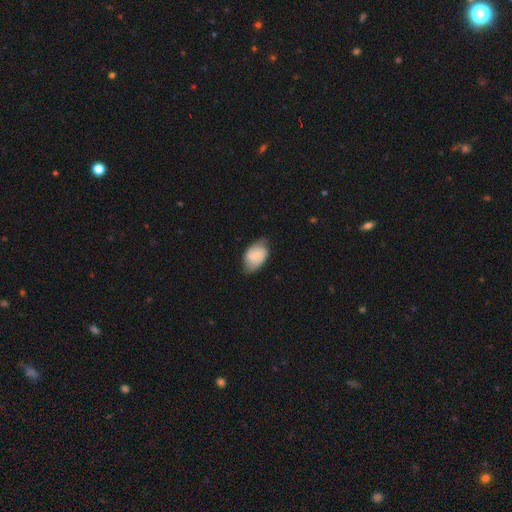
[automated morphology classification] Smooth or featured? Predicted: smooth (p=0.52). How rounded? Predicted: in between (p=0.87). Merging? Predicted: none (p=0.66).